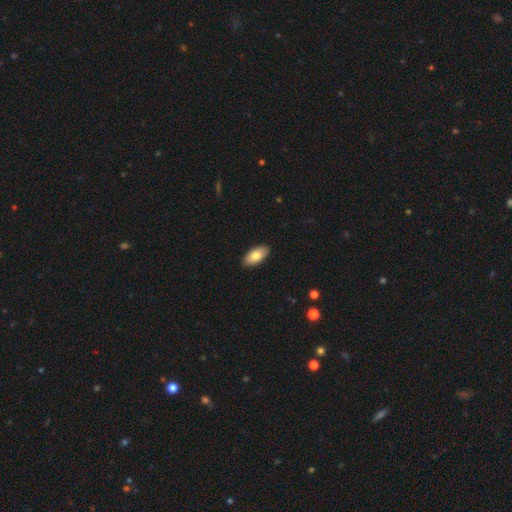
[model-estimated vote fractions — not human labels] Q: Smooth or featured?
A: smooth (80%); runner-up: featured or disk (15%)
Q: How rounded?
A: in between (94%); runner-up: cigar-shaped (4%)
Q: Merging?
A: none (90%); runner-up: minor disturbance (7%)